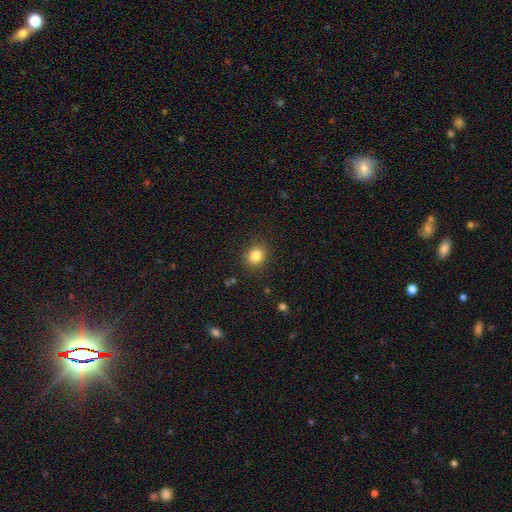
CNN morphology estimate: smooth-or-featured: smooth: 84% | star or artifact: 11% | featured or disk: 6%
  how-rounded: round: 65% | in between: 34% | cigar-shaped: 1%
  merging: none: 87% | minor disturbance: 9% | major disturbance: 3% | merger: 1%